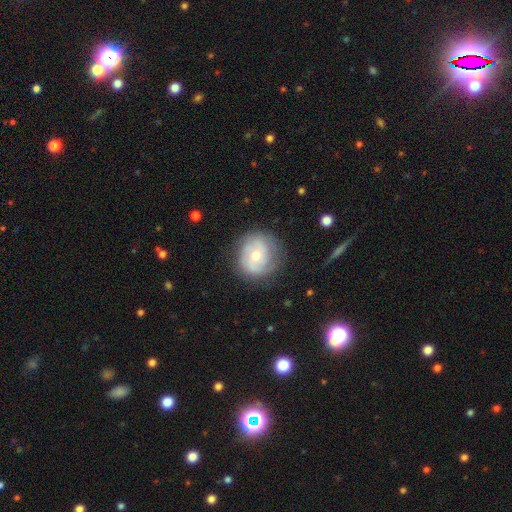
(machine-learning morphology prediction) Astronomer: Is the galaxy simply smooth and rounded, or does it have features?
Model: featured or disk — 61%.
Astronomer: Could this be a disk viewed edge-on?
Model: no — 97%.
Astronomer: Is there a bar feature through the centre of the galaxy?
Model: no — 72%.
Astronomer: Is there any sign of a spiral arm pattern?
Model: yes — 79%.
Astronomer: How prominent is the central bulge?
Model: moderate — 50% (runner-up: small, 46%).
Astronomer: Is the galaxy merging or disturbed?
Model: none — 76%.